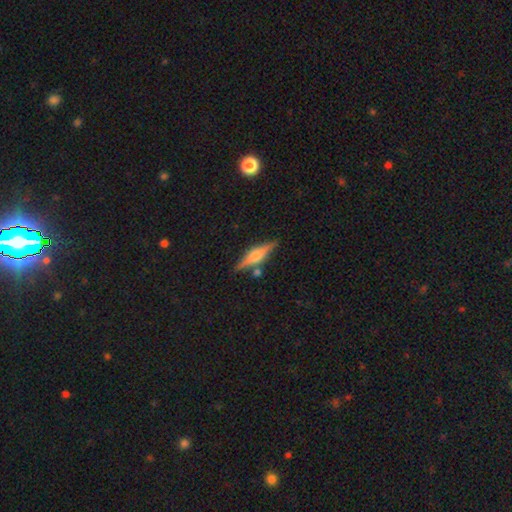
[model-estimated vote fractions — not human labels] Smooth or featured: featured or disk — 67% (smooth — 26%)
Edge-on disk: yes — 97% (no — 3%)
Edge-on bulge: rounded — 80% (boxy — 16%)
Merging: none — 84% (minor disturbance — 10%)